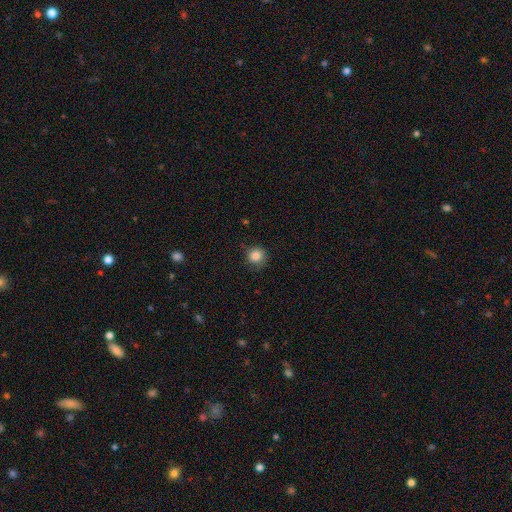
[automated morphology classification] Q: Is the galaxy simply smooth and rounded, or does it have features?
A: smooth — 85%.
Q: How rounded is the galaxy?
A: round — 92%.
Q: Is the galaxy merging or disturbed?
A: none — 82%.